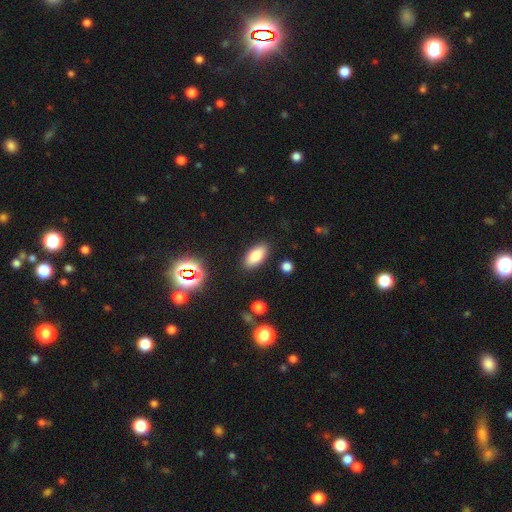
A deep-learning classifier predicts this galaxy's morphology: This is clearly a smooth galaxy (80%). How rounded: clearly in between (89%). Merging: clearly none (87%).